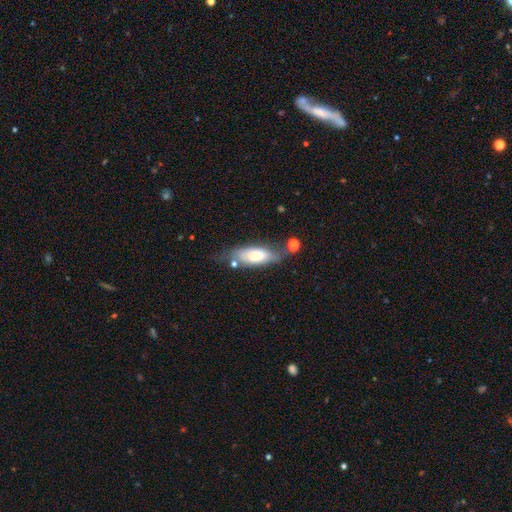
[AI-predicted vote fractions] Q: Smooth or featured?
A: smooth (65%); runner-up: featured or disk (28%)
Q: How rounded?
A: in between (72%); runner-up: cigar-shaped (26%)
Q: Merging?
A: none (47%); runner-up: minor disturbance (28%)